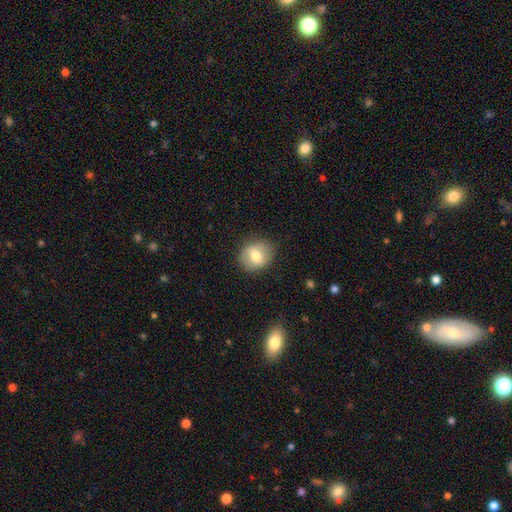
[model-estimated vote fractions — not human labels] The model was most divided on "smooth or featured": smooth: 63%, featured or disk: 29%, star or artifact: 8%. More confident: merging — none (83%); how rounded — round (70%).